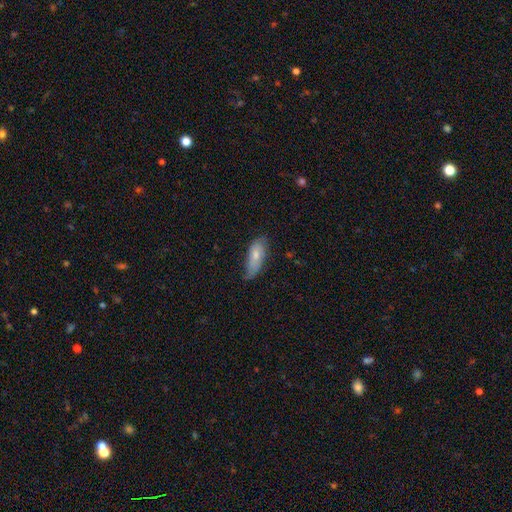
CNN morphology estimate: This appears to be a smooth galaxy with no disk features (62%) that is in between round and cigar-shaped (79%). Merging: none (52%).